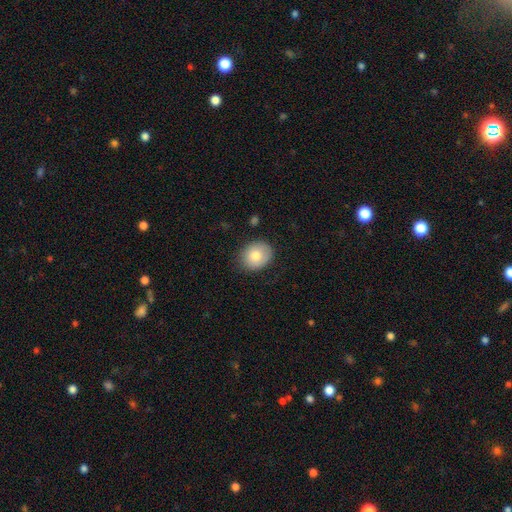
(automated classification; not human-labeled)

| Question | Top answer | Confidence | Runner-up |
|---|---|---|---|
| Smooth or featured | smooth | 79% | featured or disk (13%) |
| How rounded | round | 60% | in between (40%) |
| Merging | none | 78% | minor disturbance (17%) |